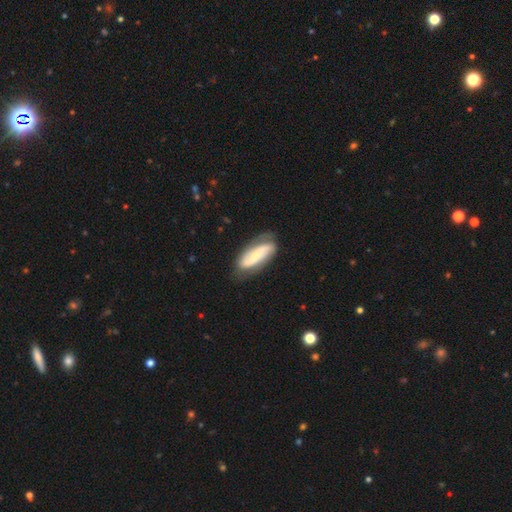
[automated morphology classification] A featured or disk galaxy (66%) with a strong bar (35%), 2 (85%) loose (46%) spiral arms (90%) and a small central bulge (61%). Merging: none (71%).